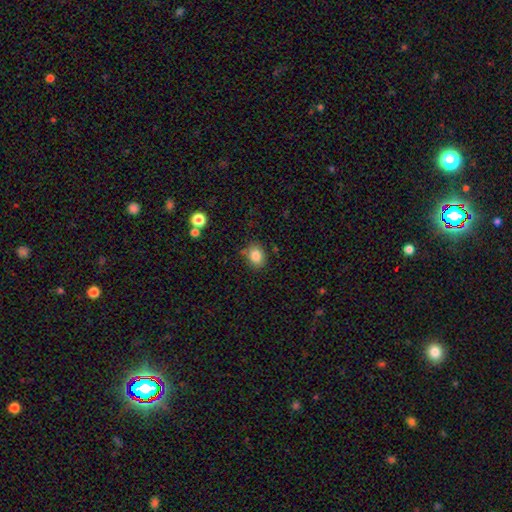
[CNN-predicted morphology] type=smooth (84%); roundness=in between (56%); merging=none (76%).